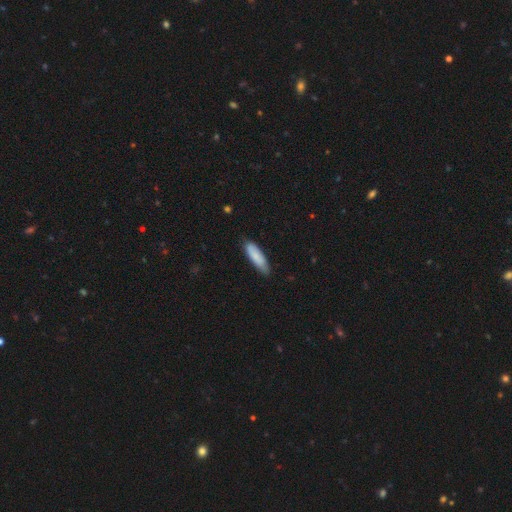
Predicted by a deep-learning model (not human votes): Smooth or featured? Predicted: smooth (p=0.84). How rounded? Predicted: cigar-shaped (p=0.54). Merging? Predicted: none (p=0.75).